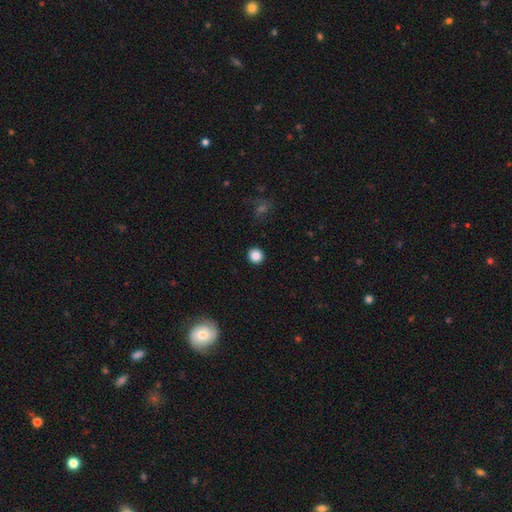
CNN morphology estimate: smooth-or-featured: smooth: 85% | star or artifact: 10% | featured or disk: 4%
  how-rounded: round: 94% | in between: 5% | cigar-shaped: 1%
  merging: none: 93% | minor disturbance: 4% | major disturbance: 2% | merger: 1%